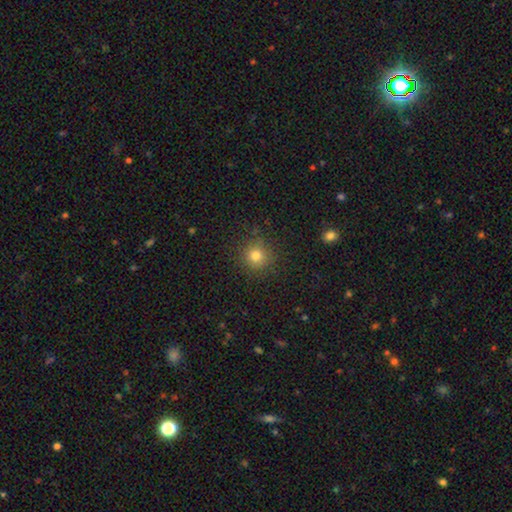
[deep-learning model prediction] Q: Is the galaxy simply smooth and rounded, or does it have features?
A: smooth — 79%.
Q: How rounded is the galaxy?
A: round — 93%.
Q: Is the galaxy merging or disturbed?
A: none — 87%.